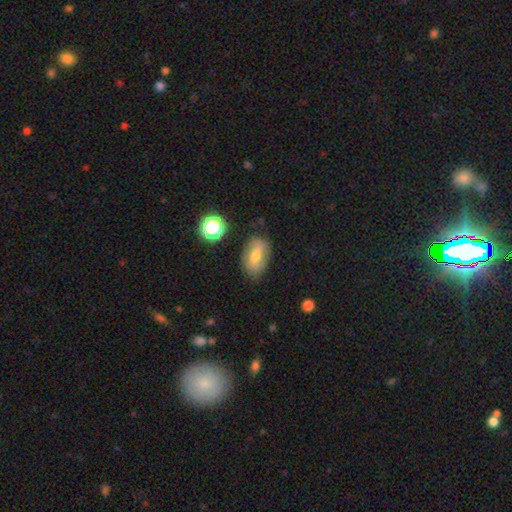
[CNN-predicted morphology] The model was most divided on "smooth or featured": smooth: 49%, featured or disk: 41%, star or artifact: 10%. More confident: merging — none (77%).